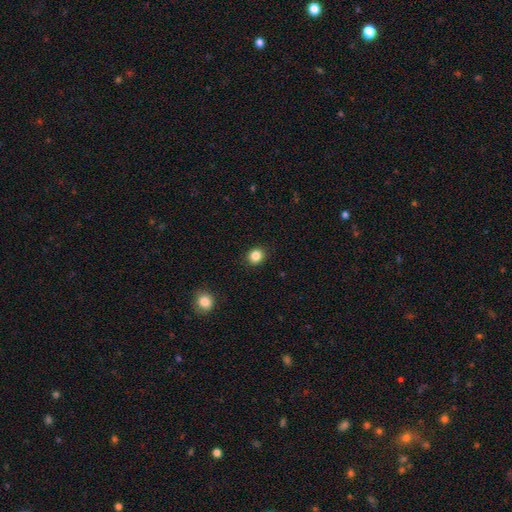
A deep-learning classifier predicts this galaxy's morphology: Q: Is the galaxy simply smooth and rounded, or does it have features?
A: smooth — 85%.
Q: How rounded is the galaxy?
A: round — 83%.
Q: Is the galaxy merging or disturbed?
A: none — 91%.